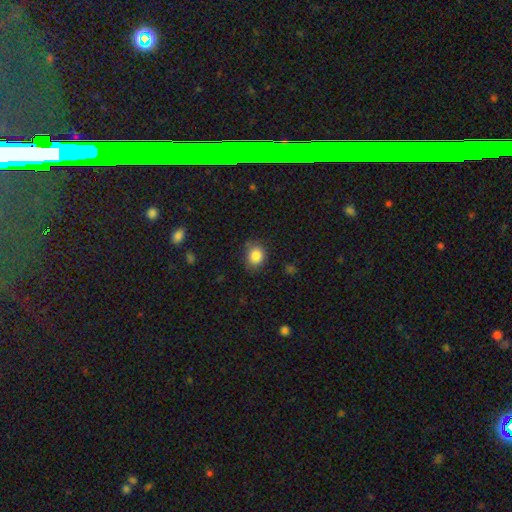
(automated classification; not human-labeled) The model was most divided on "how rounded": round: 63%, in between: 37%, cigar-shaped: 1%. More confident: smooth or featured — smooth (85%); merging — none (75%).